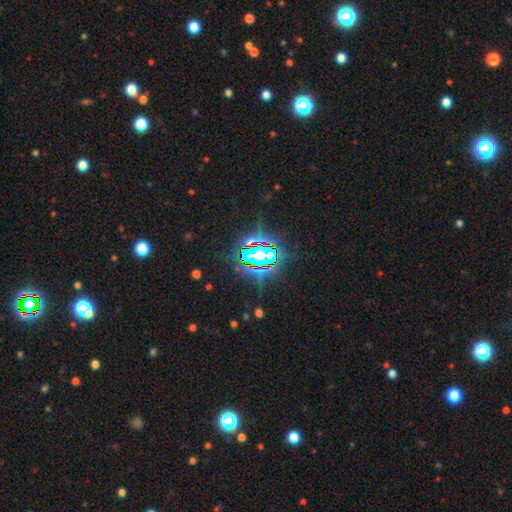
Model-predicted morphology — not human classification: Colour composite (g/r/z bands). It shows a star or artifact, not a galaxy (83%).